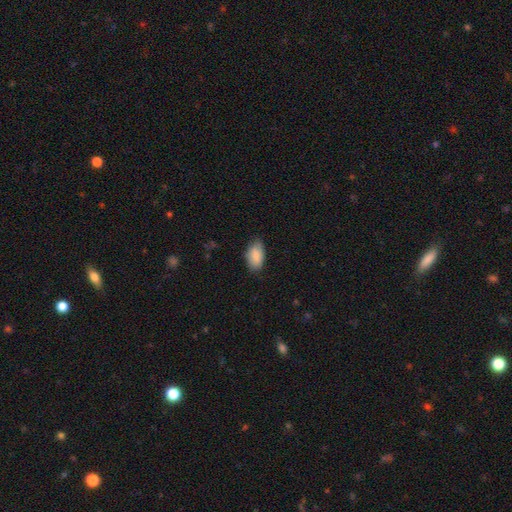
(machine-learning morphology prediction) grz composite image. It shows a smooth galaxy with no disk features (88%) that is in between round and cigar-shaped (93%). Merging: none (73%).